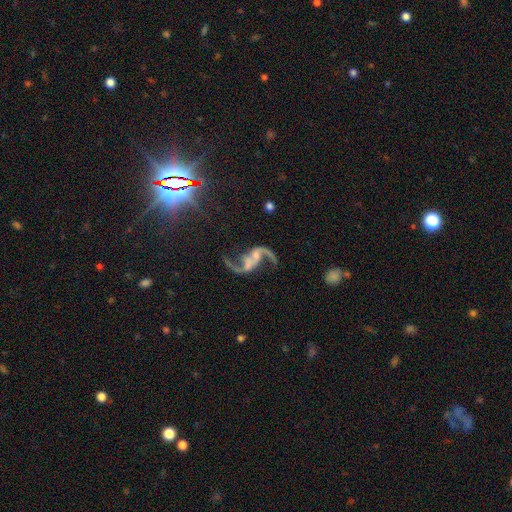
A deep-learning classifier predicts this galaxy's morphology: Smooth or featured: featured or disk — 88% (star or artifact — 8%)
Edge-on disk: no — 97% (yes — 3%)
Bar: no — 40% (weak — 38%)
Spiral arms: yes — 96% (no — 4%)
Spiral winding: loose — 87% (medium — 11%)
Spiral arm count: 2 — 94% (1 — 2%)
Bulge size: none — 40% (small — 39%)
Merging: none — 65% (minor disturbance — 14%)